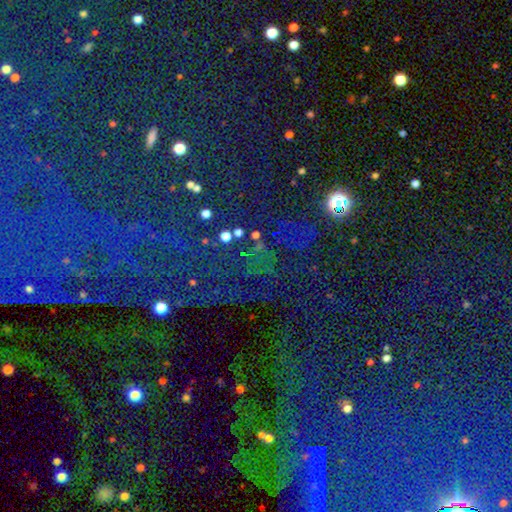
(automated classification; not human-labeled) Smooth or featured: star or artifact — 80% (smooth — 12%)